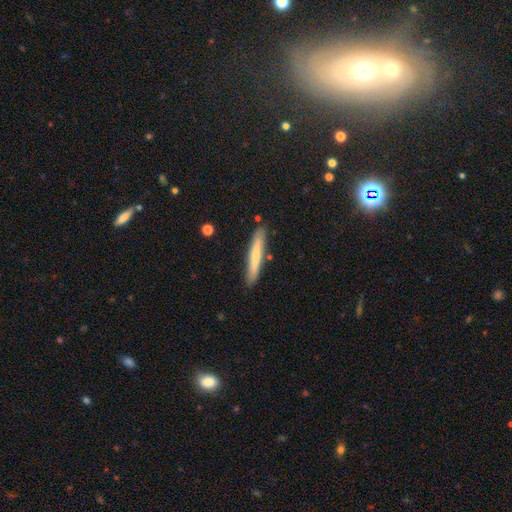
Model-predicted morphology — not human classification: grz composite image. It shows a smooth galaxy with no disk features (67%) that is cigar-shaped (94%). Merging: none (86%).